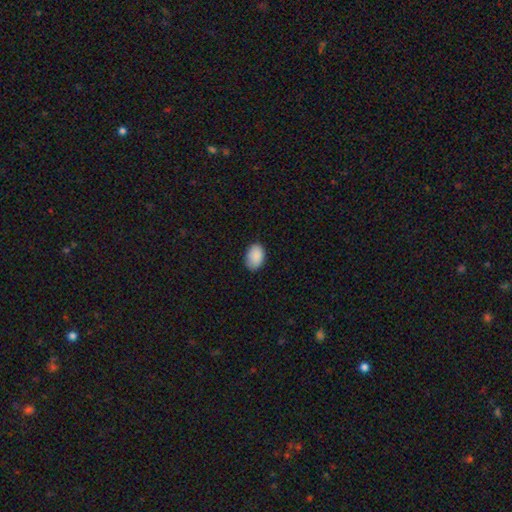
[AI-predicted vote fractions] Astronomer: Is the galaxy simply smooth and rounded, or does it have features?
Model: smooth — 90%.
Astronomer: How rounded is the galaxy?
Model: in between — 86%.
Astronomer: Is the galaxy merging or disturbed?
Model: none — 83%.